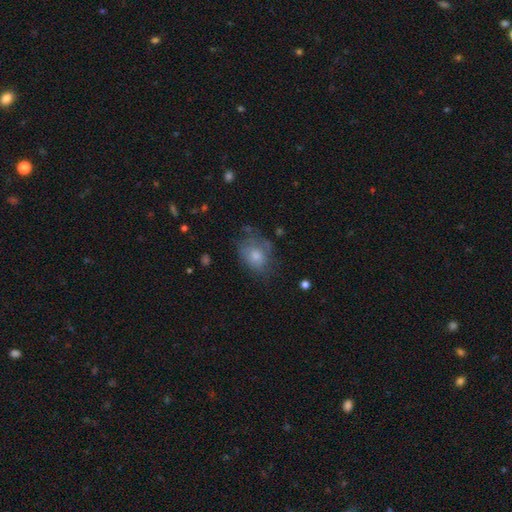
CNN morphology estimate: type=smooth (66%); roundness=in between (62%); merging=none (49%).